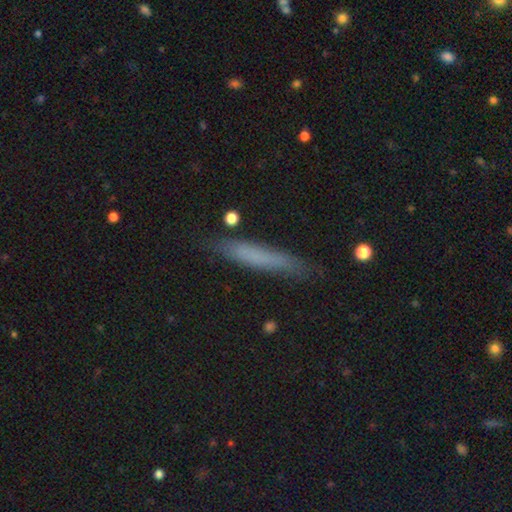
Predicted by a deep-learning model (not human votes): smooth 65%, featured or disk 24%, star or artifact 11%. Down the decision tree: how rounded — cigar-shaped (92%); merging — none (81%).